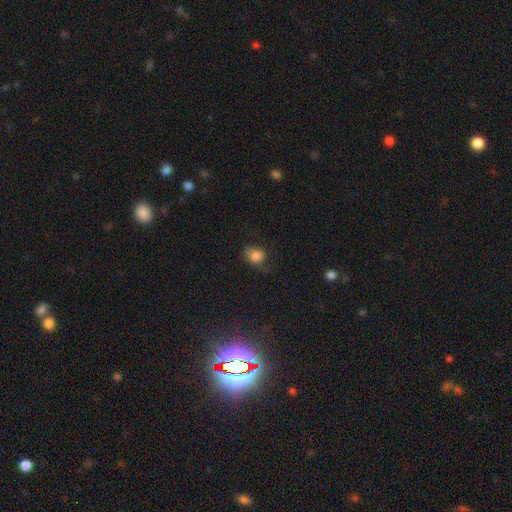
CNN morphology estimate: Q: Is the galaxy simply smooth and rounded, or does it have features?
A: smooth — 80%.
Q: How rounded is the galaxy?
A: round — 51%.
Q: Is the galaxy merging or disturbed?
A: none — 51%.